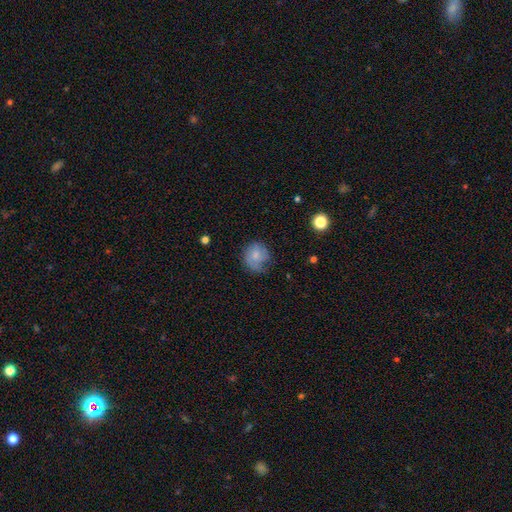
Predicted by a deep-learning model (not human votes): Q: Smooth or featured?
A: smooth (66%); runner-up: featured or disk (26%)
Q: How rounded?
A: round (79%); runner-up: in between (20%)
Q: Merging?
A: none (51%); runner-up: minor disturbance (31%)